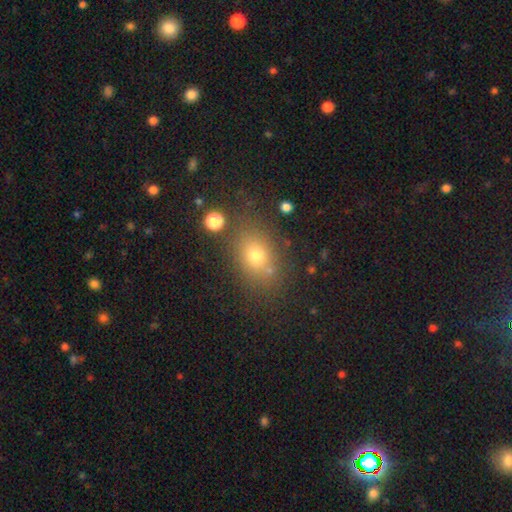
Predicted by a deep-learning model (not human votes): Smooth or featured? smooth (71%)
How rounded? in between (63%)
Merging? none (76%)